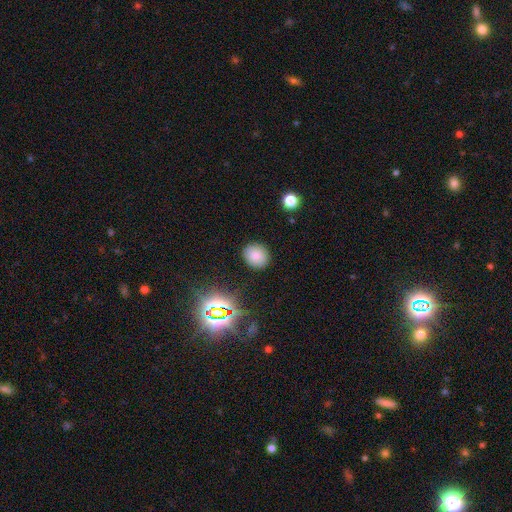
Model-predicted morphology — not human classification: This appears to be a smooth galaxy with no disk features (79%) that is round (71%). Merging: none (88%).